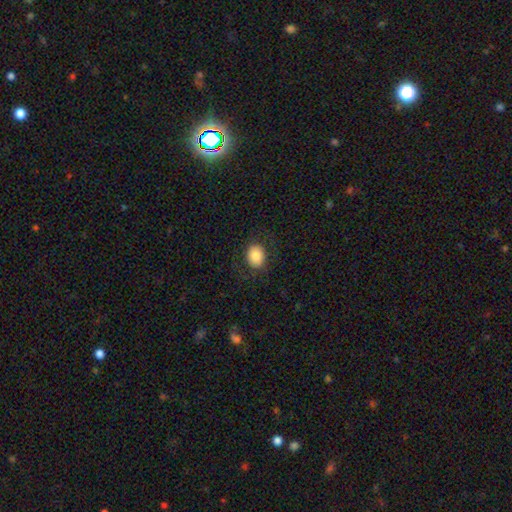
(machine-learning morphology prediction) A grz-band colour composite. It shows a smooth galaxy with no disk features (82%) that is round (50%). Merging: none (83%).